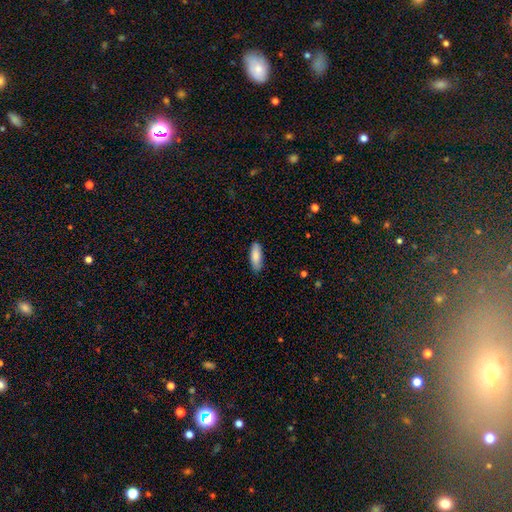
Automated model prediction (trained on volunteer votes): This is clearly a smooth galaxy (87%). How rounded: likely in between (68%). Merging: clearly none (85%).